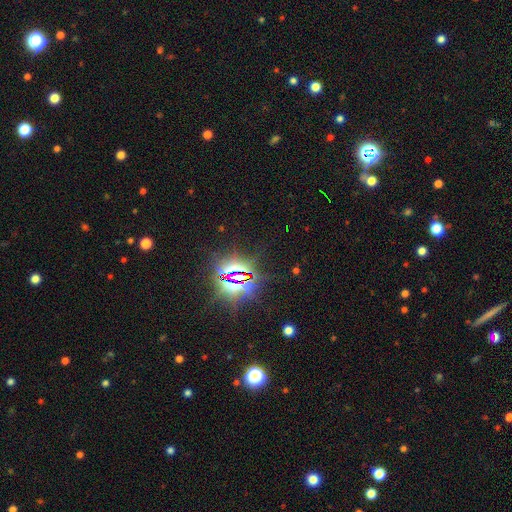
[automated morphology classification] Smooth or featured: star or artifact — 80% (smooth — 14%)